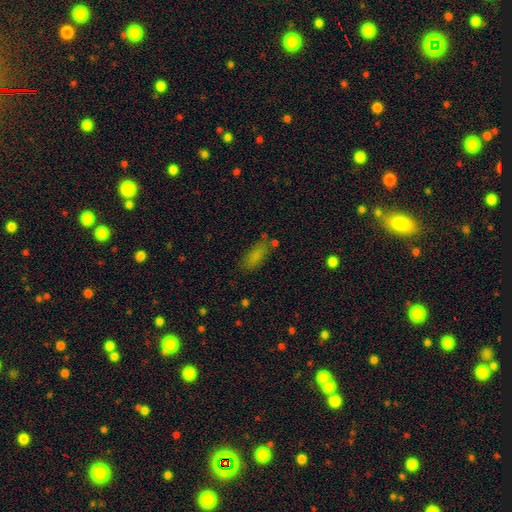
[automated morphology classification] Smooth or featured? Predicted: smooth (p=0.80). How rounded? Predicted: in between (p=0.73). Merging? Predicted: none (p=0.67).